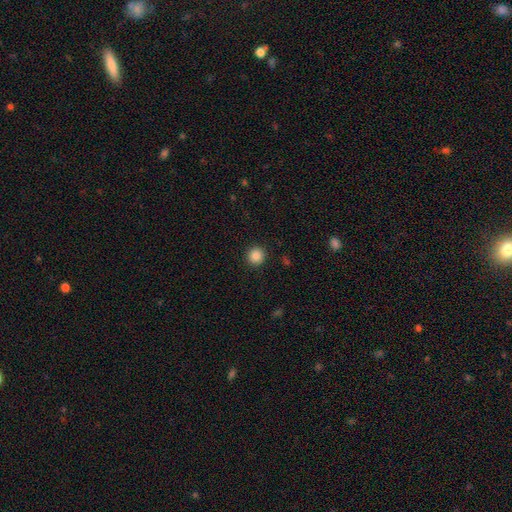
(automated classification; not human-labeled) Smooth or featured? Predicted: smooth (p=0.86). How rounded? Predicted: round (p=0.94). Merging? Predicted: none (p=0.92).